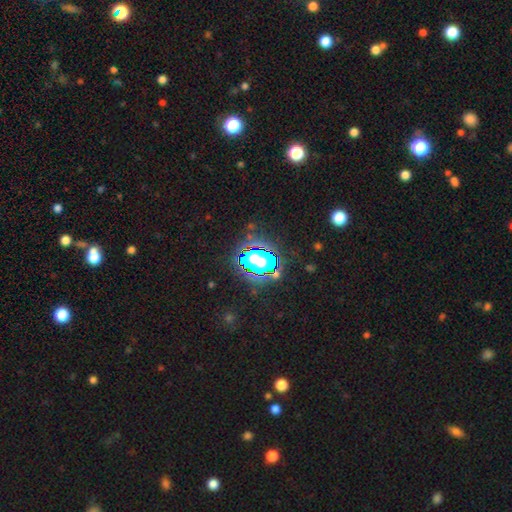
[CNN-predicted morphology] Overall: star or artifact (78%).